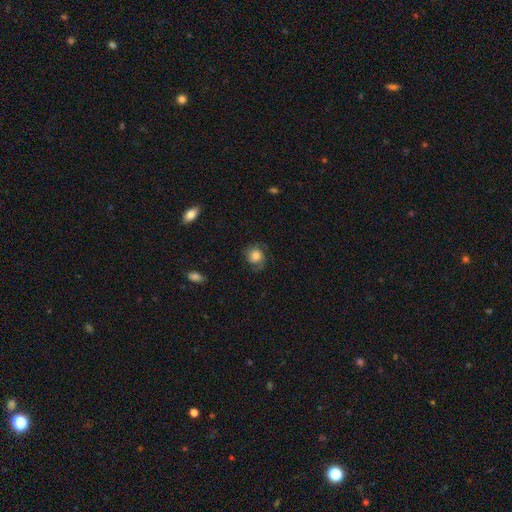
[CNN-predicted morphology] This is possibly a featured or disk galaxy (46%). Merging: likely none (69%).